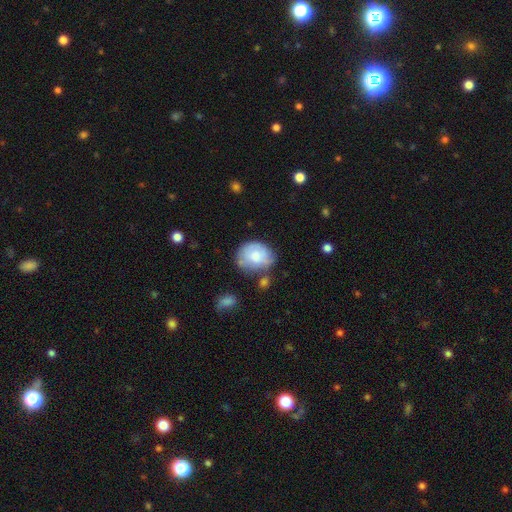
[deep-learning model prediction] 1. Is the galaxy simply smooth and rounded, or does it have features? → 65% smooth, 28% featured or disk, 7% star or artifact.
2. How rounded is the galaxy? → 50% round, 49% in between, 1% cigar-shaped.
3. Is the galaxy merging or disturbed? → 56% none, 27% minor disturbance, 8% major disturbance, 8% merger.